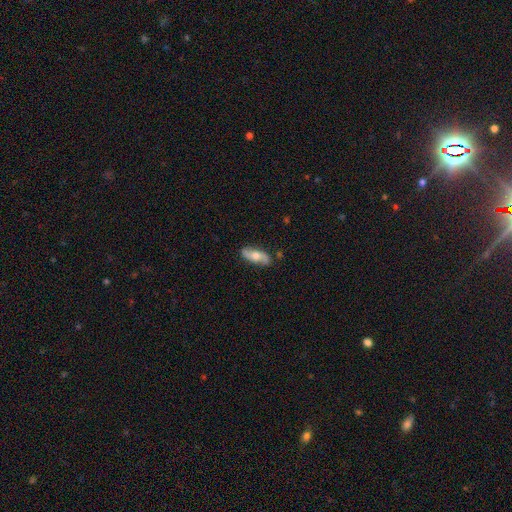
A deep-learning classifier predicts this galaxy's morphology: This is possibly a featured or disk galaxy (51%). It is clearly not viewed edge-on (80%). Merging: clearly none (82%).